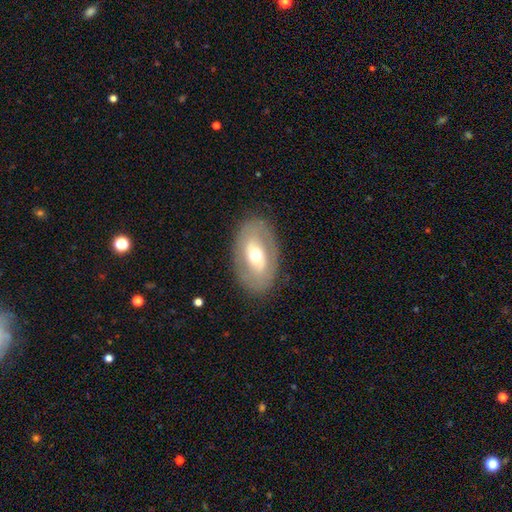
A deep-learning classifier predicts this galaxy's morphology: Q: Smooth or featured?
A: featured or disk (57%); runner-up: smooth (37%)
Q: Edge-on disk?
A: no (89%); runner-up: yes (11%)
Q: Bar?
A: no (45%); runner-up: weak (32%)
Q: Spiral arms?
A: no (70%); runner-up: yes (30%)
Q: Bulge size?
A: moderate (69%); runner-up: small (17%)
Q: Merging?
A: none (83%); runner-up: minor disturbance (11%)